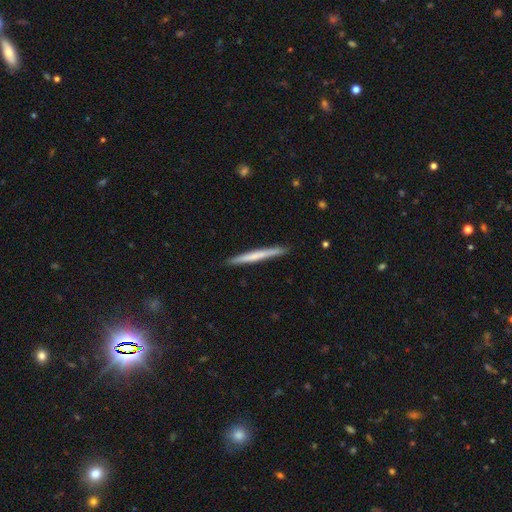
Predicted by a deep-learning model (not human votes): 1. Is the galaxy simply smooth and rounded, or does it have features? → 54% smooth, 41% featured or disk, 5% star or artifact.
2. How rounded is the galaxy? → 97% cigar-shaped, 2% in between, 1% round.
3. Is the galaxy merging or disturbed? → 91% none, 7% minor disturbance, 1% major disturbance, 1% merger.